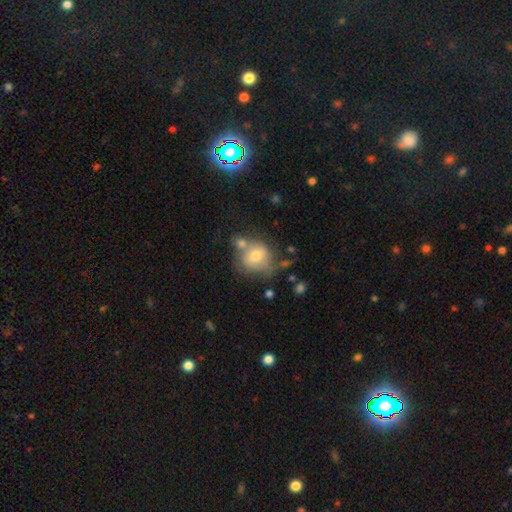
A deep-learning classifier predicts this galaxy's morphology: Smooth or featured?
  - smooth: 66% *
  - featured or disk: 25%
  - star or artifact: 9%
How rounded?
  - round: 70% *
  - in between: 29%
  - cigar-shaped: 1%
Merging?
  - none: 46% *
  - merger: 26%
  - minor disturbance: 20%
  - major disturbance: 8%